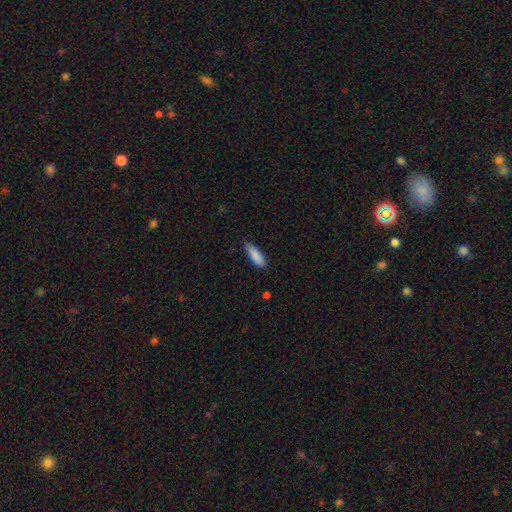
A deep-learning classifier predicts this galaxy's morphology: This appears to be a smooth galaxy with no disk features (87%) that is in between round and cigar-shaped (56%). Merging: none (73%).